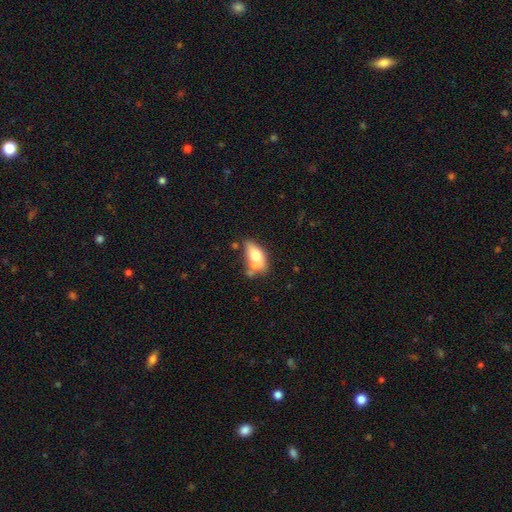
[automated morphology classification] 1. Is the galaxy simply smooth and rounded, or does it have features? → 67% smooth, 26% featured or disk, 7% star or artifact.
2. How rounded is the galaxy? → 86% in between, 9% cigar-shaped, 5% round.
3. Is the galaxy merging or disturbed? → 41% none, 25% merger, 23% minor disturbance, 11% major disturbance.